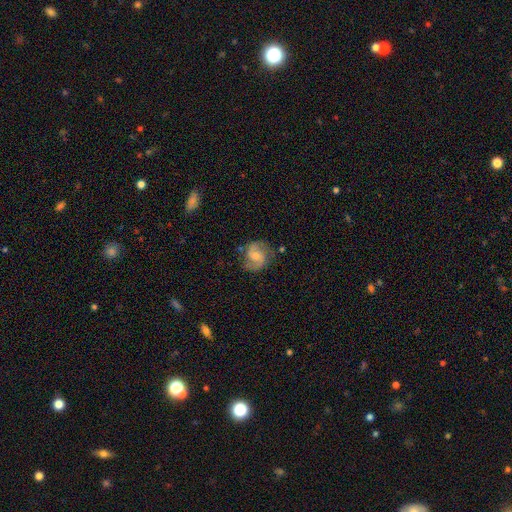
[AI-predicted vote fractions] Morphology: type=featured or disk (82%); edge-on=no (98%); bar=no (48%); spiral arms=yes (96%); winding=medium (54%); arm count=2 (92%); bulge=moderate (49%); merging=none (80%).